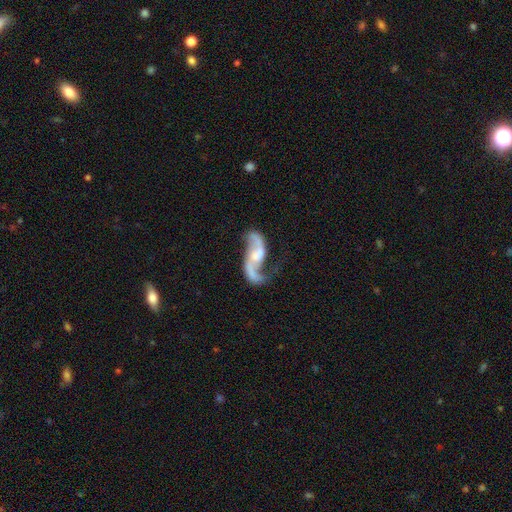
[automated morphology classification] The model was most divided on "bar" (2-way tie): no: 42%, weak: 42%, strong: 16%. Remaining: edge-on disk — no (96%); spiral arms — yes (95%); spiral arm count — 2 (91%); smooth or featured — featured or disk (88%); spiral winding — loose (77%); merging — none (56%); bulge size — small (36%).